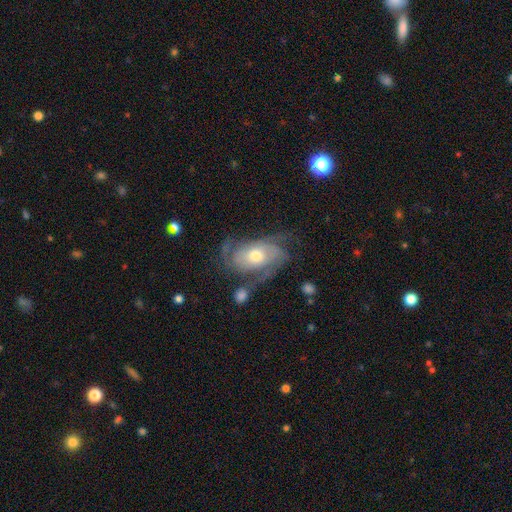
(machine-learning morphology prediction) This appears to be a featured or disk galaxy (79%) with no bar (73%), 2 (42%) medium (41%, tied with tight) spiral arms (91%) and a moderate central bulge (71%). Merging: none (53%).